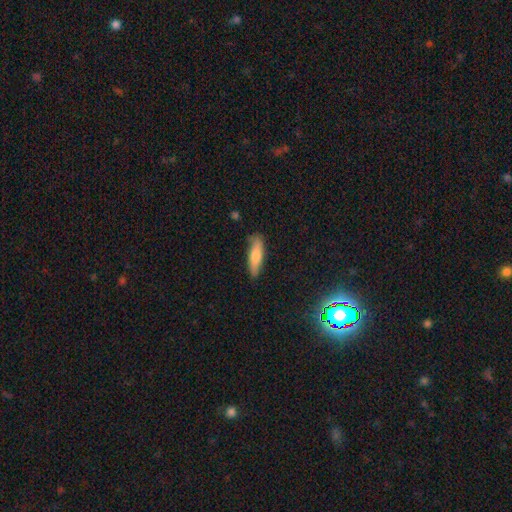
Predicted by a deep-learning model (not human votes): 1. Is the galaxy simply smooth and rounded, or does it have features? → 75% smooth, 19% featured or disk, 6% star or artifact.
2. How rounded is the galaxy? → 65% cigar-shaped, 33% in between, 2% round.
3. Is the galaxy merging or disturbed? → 79% none, 17% minor disturbance, 3% major disturbance, 2% merger.